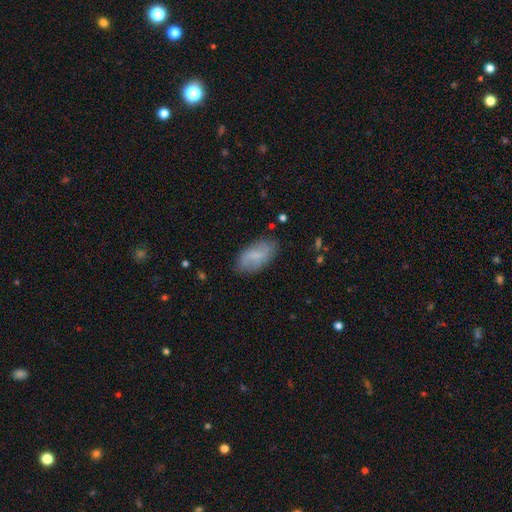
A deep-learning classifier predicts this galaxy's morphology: This appears to be a smooth galaxy with no disk features (62%) that is in between round and cigar-shaped (92%). Merging: none (77%).